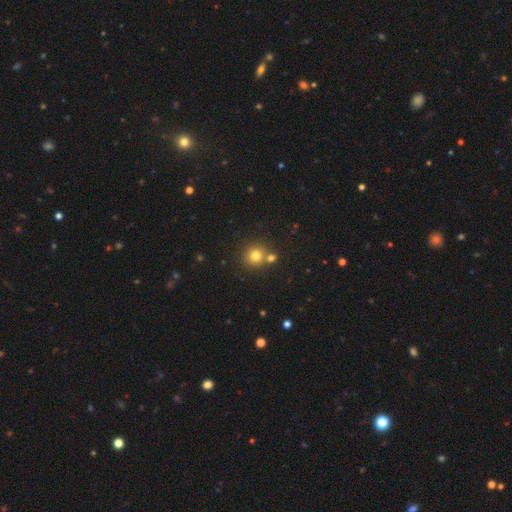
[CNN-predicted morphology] A smooth galaxy with no disk features (77%) that is round (91%). Merging: none (70%).